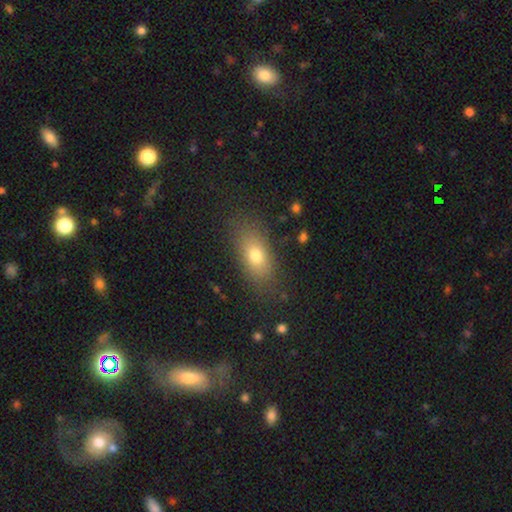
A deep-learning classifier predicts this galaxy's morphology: This appears to be a smooth galaxy with no disk features (74%) that is in between round and cigar-shaped (80%). Merging: none (82%).